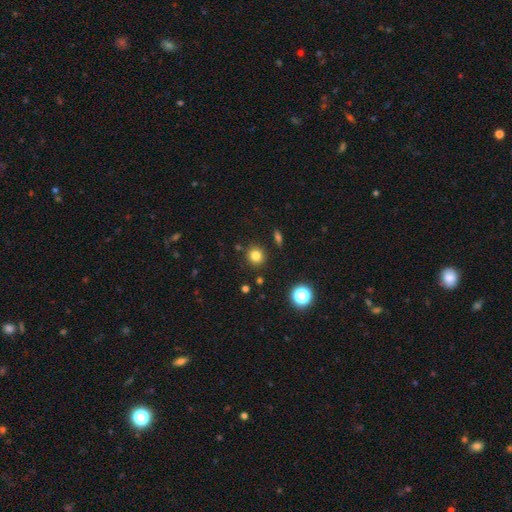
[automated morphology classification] Smooth or featured?
  - smooth: 80% *
  - star or artifact: 14%
  - featured or disk: 6%
How rounded?
  - round: 89% *
  - in between: 10%
  - cigar-shaped: 1%
Merging?
  - none: 87% *
  - minor disturbance: 8%
  - merger: 3%
  - major disturbance: 2%